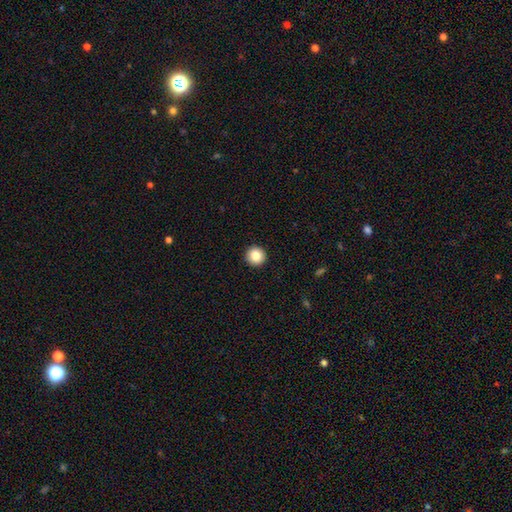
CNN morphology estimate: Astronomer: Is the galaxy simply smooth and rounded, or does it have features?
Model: smooth — 85%.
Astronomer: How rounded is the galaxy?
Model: round — 96%.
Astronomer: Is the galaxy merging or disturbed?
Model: none — 94%.